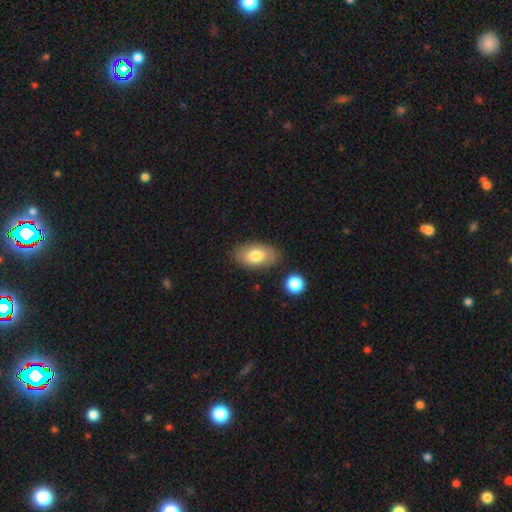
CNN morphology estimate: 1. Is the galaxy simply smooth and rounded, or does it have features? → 78% smooth, 15% featured or disk, 7% star or artifact.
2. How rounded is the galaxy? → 92% in between, 6% round, 2% cigar-shaped.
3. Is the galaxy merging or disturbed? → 80% none, 12% minor disturbance, 4% merger, 3% major disturbance.